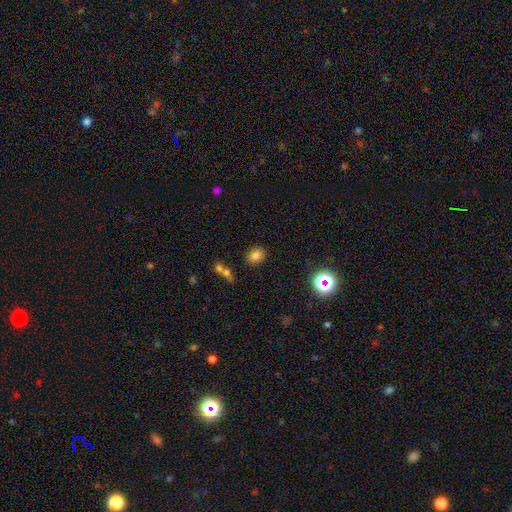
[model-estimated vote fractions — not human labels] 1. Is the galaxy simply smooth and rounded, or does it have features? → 79% smooth, 14% star or artifact, 7% featured or disk.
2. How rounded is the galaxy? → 52% in between, 47% round, 1% cigar-shaped.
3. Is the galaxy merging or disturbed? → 83% none, 9% minor disturbance, 5% merger, 3% major disturbance.